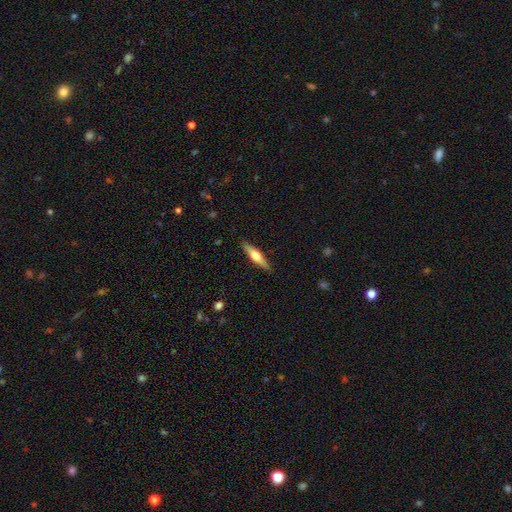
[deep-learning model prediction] Overall: featured or disk (55%; smooth 40%). Edge-on disk: yes (95%). Edge-on bulge: rounded (92%). Merging: none (90%).